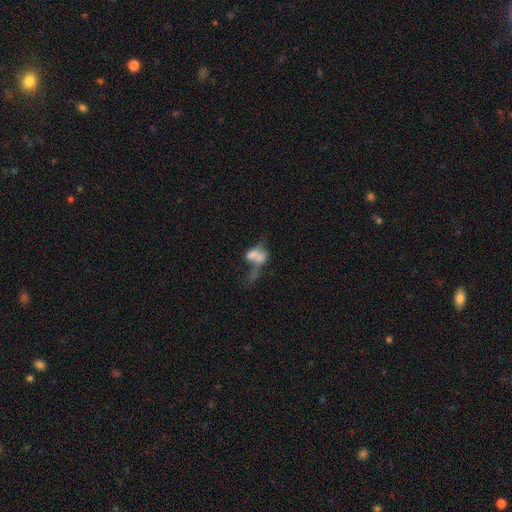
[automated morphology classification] Overall: smooth (49%; featured or disk 38%). Merging: merger (57%; major disturbance 23%).